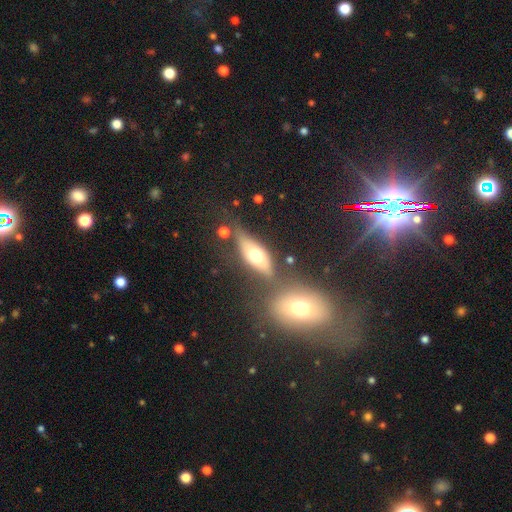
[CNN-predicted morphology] This is possibly a smooth galaxy (54%). How rounded: likely in between (68%). Merging: likely none (65%).